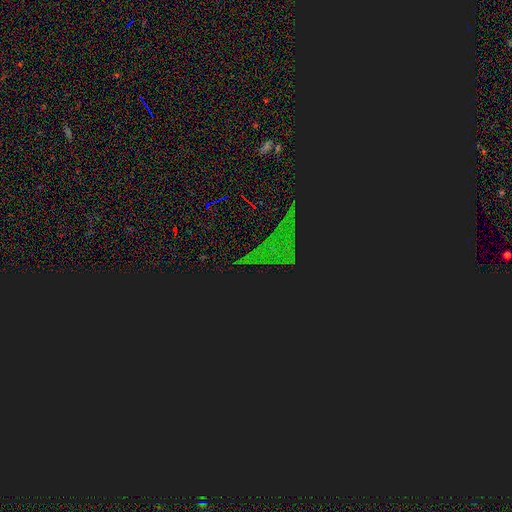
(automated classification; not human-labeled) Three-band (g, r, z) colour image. It shows a star or artifact, not a galaxy (82%).